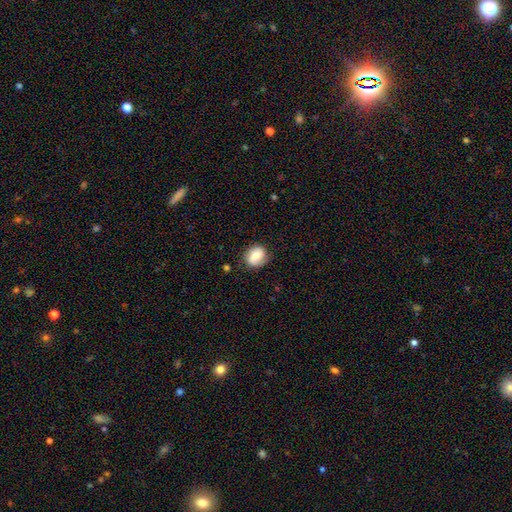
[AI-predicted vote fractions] The model was most divided on "how rounded": round: 66%, in between: 34%, cigar-shaped: 1%. More confident: merging — none (76%); smooth or featured — smooth (63%).